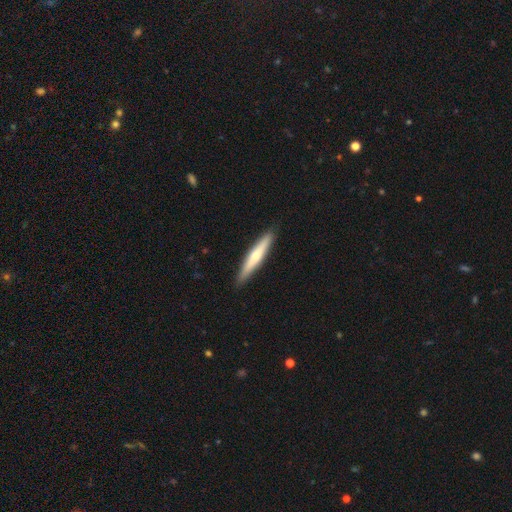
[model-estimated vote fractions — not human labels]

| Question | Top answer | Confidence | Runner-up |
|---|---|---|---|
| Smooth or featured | smooth | 52% | featured or disk (43%) |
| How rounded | cigar-shaped | 92% | in between (6%) |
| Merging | none | 90% | minor disturbance (7%) |